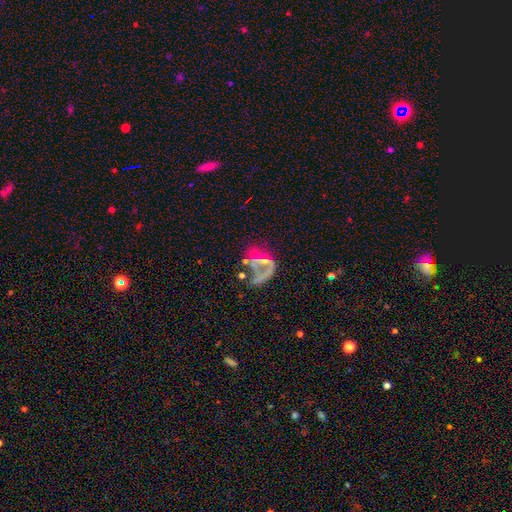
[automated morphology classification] smooth_or_featured: featured or disk (p=0.53) [alt: smooth p=0.27]
disk_edge_on: no (p=0.97) [alt: yes p=0.03]
bar: no (p=0.70) [alt: weak p=0.18]
has_spiral_arms: no (p=0.75) [alt: yes p=0.25]
bulge_size: none (p=0.52) [alt: small p=0.25]
merging: major disturbance (p=0.41) [alt: none p=0.26]